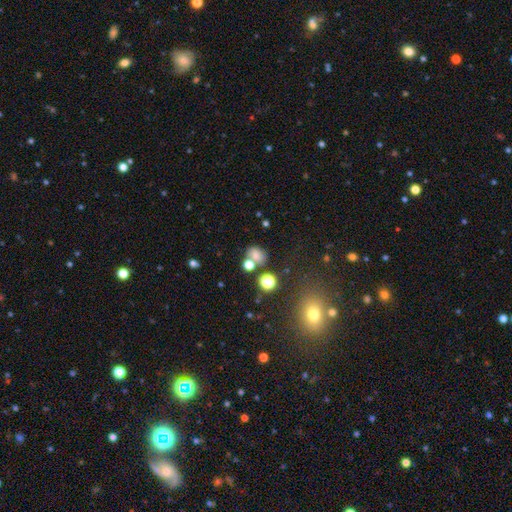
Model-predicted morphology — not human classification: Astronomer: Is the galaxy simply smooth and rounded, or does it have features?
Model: smooth — 65%.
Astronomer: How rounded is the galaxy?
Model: round — 59% (runner-up: in between, 39%).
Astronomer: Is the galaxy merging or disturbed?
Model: none — 55%.